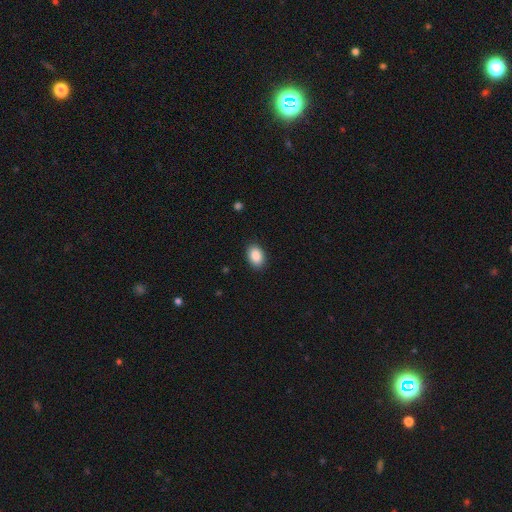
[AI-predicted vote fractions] Smooth or featured? smooth (89%)
How rounded? in between (86%)
Merging? none (89%)